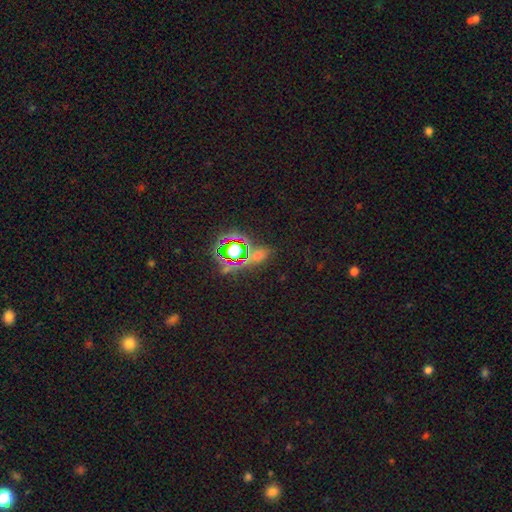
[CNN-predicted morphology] Overall: star or artifact (70%).